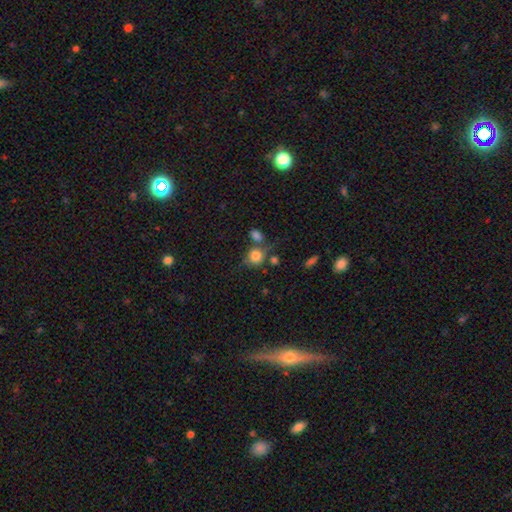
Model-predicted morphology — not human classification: smooth-or-featured: smooth: 80% | featured or disk: 10% | star or artifact: 10%
  how-rounded: round: 77% | in between: 22% | cigar-shaped: 1%
  merging: none: 52% | merger: 26% | minor disturbance: 15% | major disturbance: 7%